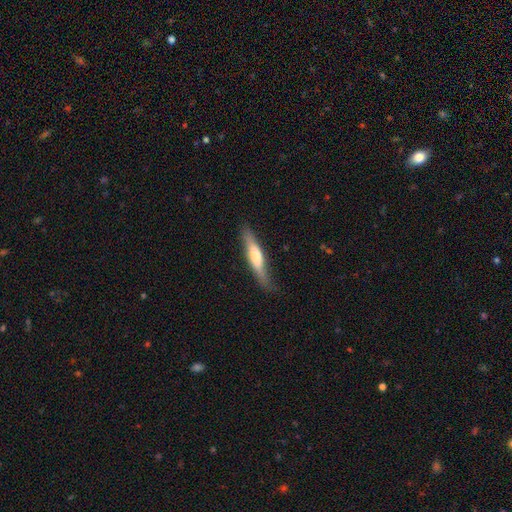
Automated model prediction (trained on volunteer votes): Smooth or featured: smooth — 52% (featured or disk — 43%)
How rounded: cigar-shaped — 87% (in between — 12%)
Merging: none — 73% (minor disturbance — 20%)